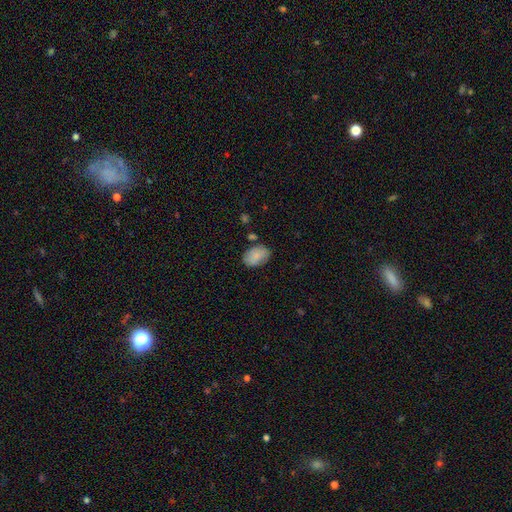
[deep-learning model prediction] A smooth galaxy with no disk features (86%) that is in between round and cigar-shaped (88%). Merging: none (74%).